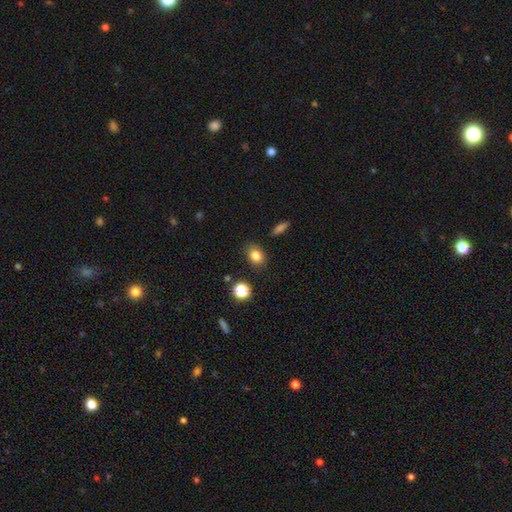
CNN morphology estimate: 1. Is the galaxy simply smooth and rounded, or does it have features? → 81% smooth, 12% star or artifact, 7% featured or disk.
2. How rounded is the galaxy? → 59% in between, 39% round, 1% cigar-shaped.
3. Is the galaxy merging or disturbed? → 85% none, 10% minor disturbance, 3% major disturbance, 2% merger.